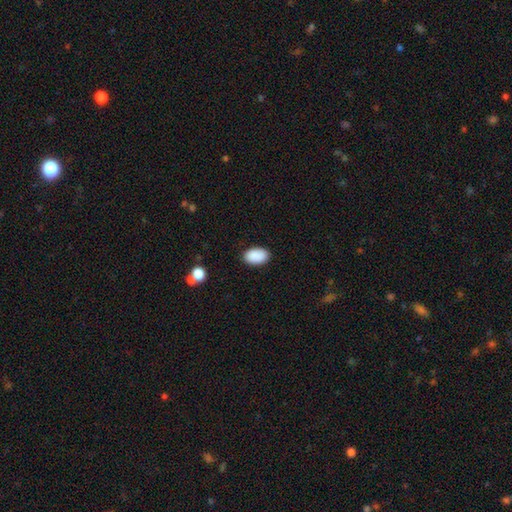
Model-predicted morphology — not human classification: A smooth galaxy with no disk features (90%) that is in between round and cigar-shaped (92%).

Vote fractions:
- Smooth or featured? smooth: 90% / star or artifact: 7% / featured or disk: 3%
- How rounded? in between: 92% / round: 6% / cigar-shaped: 1%
- Merging? none: 88% / minor disturbance: 9% / major disturbance: 2% / merger: 1%